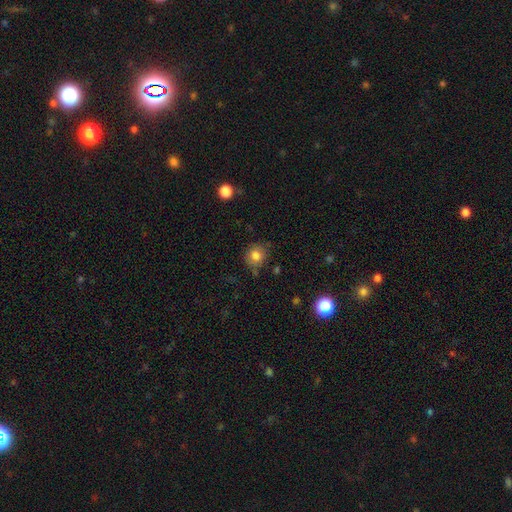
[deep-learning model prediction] Smooth or featured: smooth — 80% (star or artifact — 11%)
How rounded: round — 80% (in between — 19%)
Merging: none — 74% (minor disturbance — 18%)